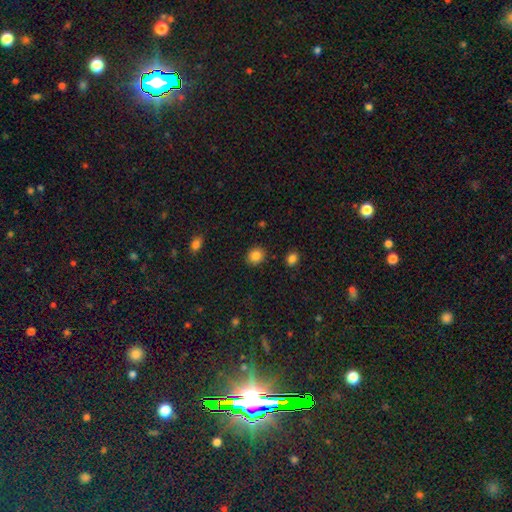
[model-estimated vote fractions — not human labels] Morphology: type=smooth (85%); roundness=round (71%); merging=none (89%).